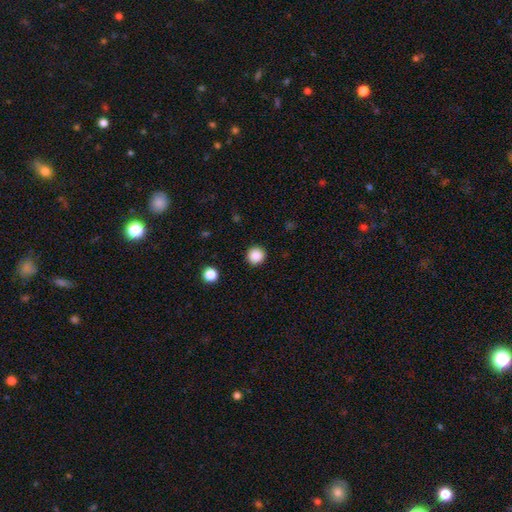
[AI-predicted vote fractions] Q: Smooth or featured?
A: smooth (87%); runner-up: star or artifact (10%)
Q: How rounded?
A: round (96%); runner-up: in between (4%)
Q: Merging?
A: none (92%); runner-up: minor disturbance (5%)